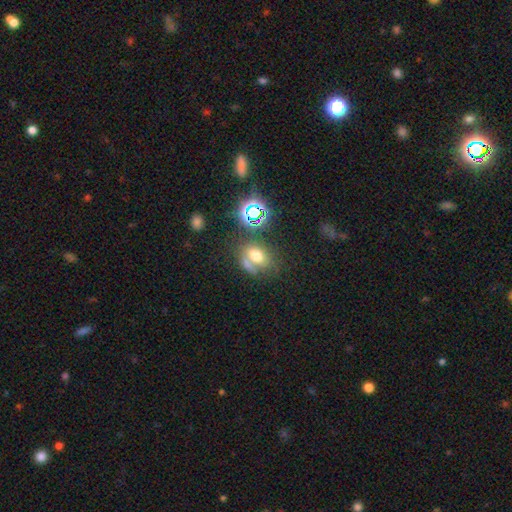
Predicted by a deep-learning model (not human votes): Smooth or featured: smooth — 56% (star or artifact — 24%)
How rounded: in between — 62% (round — 36%)
Merging: none — 48% (merger — 19%)